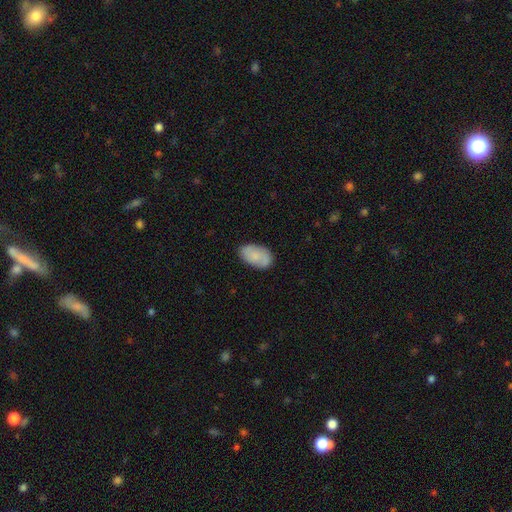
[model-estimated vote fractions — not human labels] smooth-or-featured: smooth: 75% | featured or disk: 19% | star or artifact: 7%
  how-rounded: in between: 93% | round: 6% | cigar-shaped: 2%
  merging: none: 75% | minor disturbance: 18% | major disturbance: 4% | merger: 2%